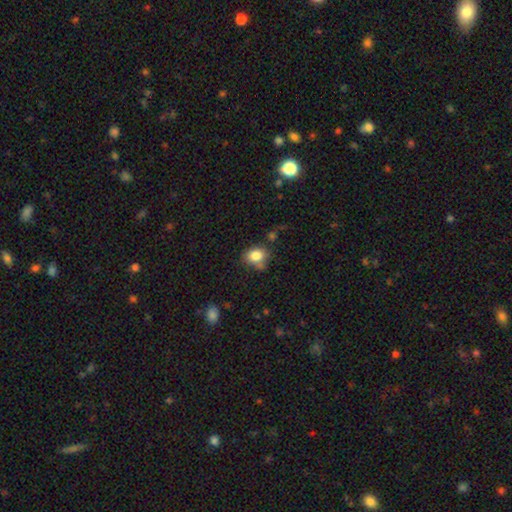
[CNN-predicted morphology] type=smooth (83%); roundness=in between (56%); merging=none (64%).